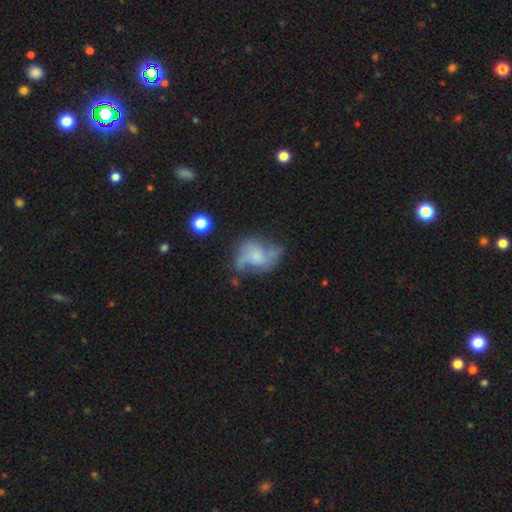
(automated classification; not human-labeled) Overall: featured or disk (66%). Edge-on disk: no (97%). Bar: no (66%; weak 28%). Spiral arms: yes (82%). Spiral arm count: 2 (73%). Spiral winding: loose (67%). Bulge size: small (35%; none 30%). Merging: none (47%; minor disturbance 26%).